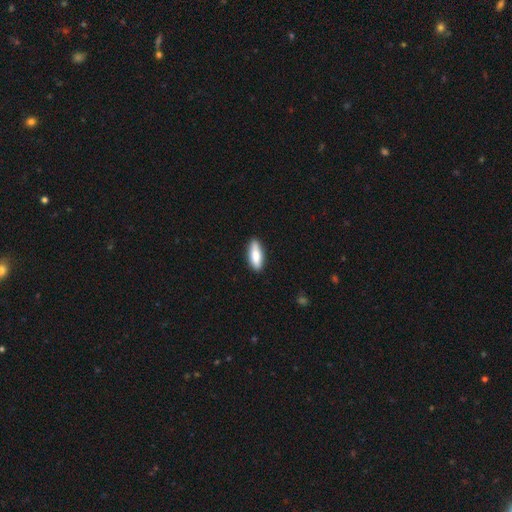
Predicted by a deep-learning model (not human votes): Morphology: type=smooth (80%); roundness=in between (60%); merging=none (85%).